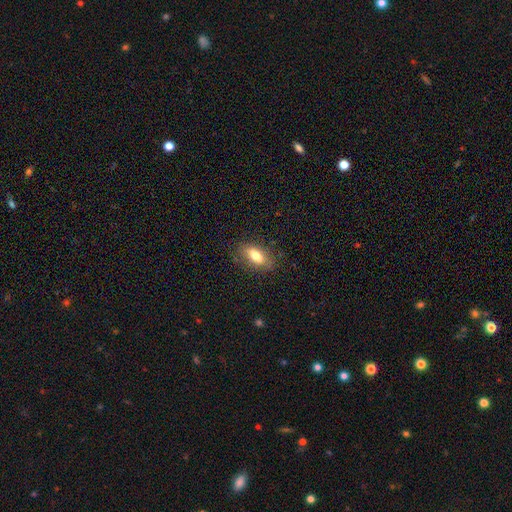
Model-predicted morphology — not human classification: This appears to be a smooth galaxy with no disk features (74%) that is in between round and cigar-shaped (81%). Merging: none (81%).